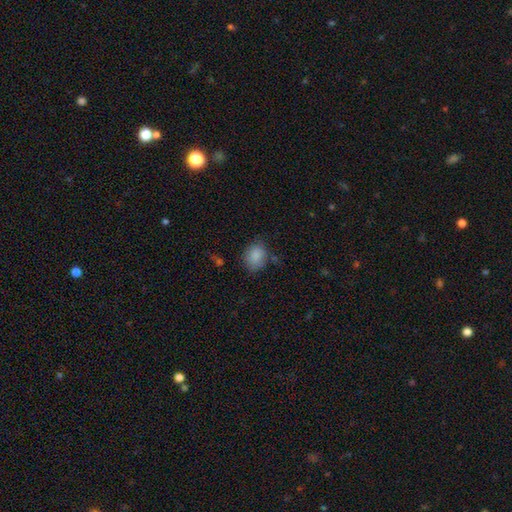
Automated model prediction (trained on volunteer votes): Smooth or featured? Predicted: smooth (p=0.86). How rounded? Predicted: in between (p=0.53). Merging? Predicted: none (p=0.69).